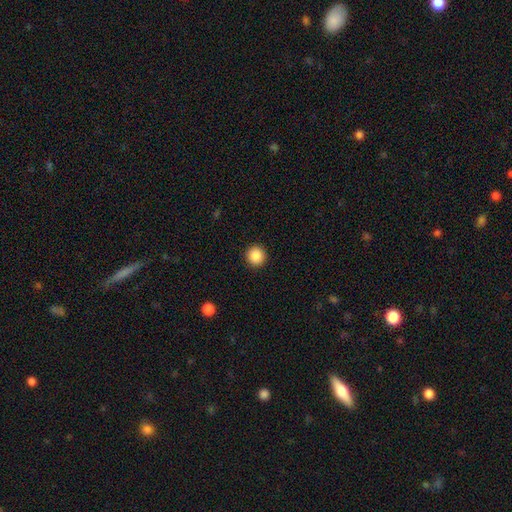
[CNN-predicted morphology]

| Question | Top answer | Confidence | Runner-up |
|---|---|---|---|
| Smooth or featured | smooth | 88% | star or artifact (9%) |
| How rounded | round | 95% | in between (4%) |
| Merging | none | 92% | minor disturbance (5%) |